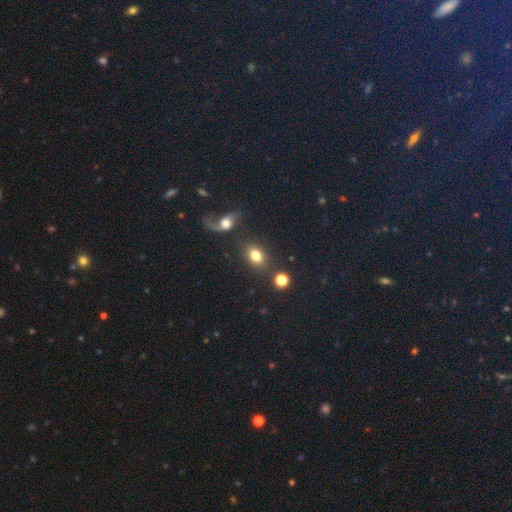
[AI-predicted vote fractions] Smooth or featured? smooth (78%)
How rounded? in between (62%)
Merging? none (73%)